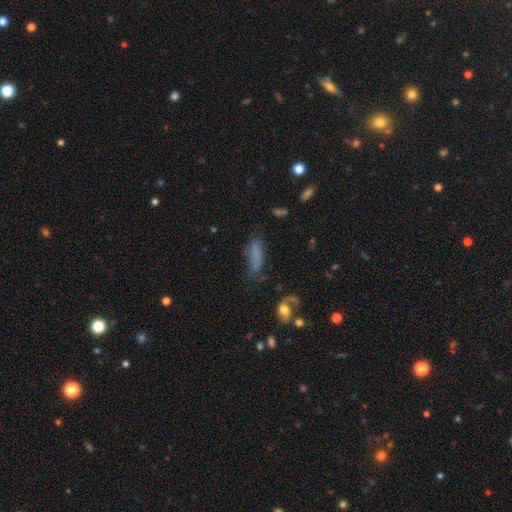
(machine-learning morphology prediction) Smooth or featured: smooth — 68% (featured or disk — 19%)
How rounded: in between — 59% (cigar-shaped — 38%)
Merging: none — 49% (minor disturbance — 26%)